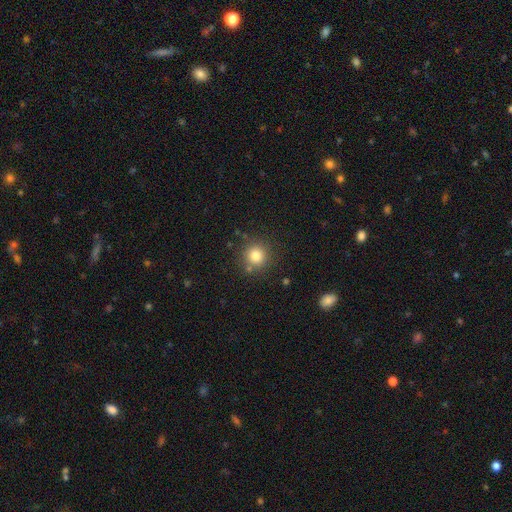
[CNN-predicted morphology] The model was most divided on "smooth or featured": smooth: 80%, star or artifact: 13%, featured or disk: 7%. More confident: how rounded — round (93%); merging — none (83%).